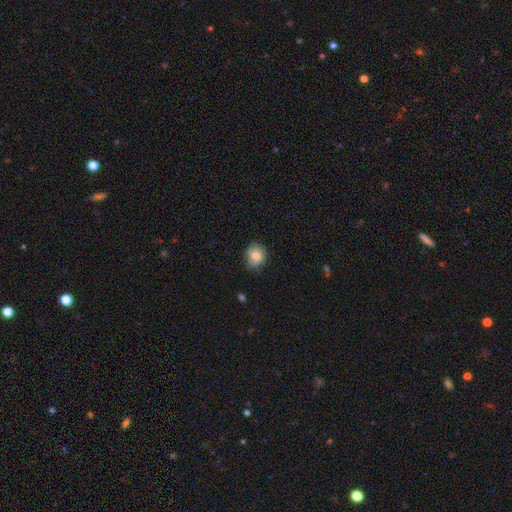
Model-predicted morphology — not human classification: Smooth or featured?
  - smooth: 80% *
  - featured or disk: 11%
  - star or artifact: 9%
How rounded?
  - round: 71% *
  - in between: 28%
  - cigar-shaped: 1%
Merging?
  - none: 70% *
  - minor disturbance: 25%
  - major disturbance: 4%
  - merger: 1%